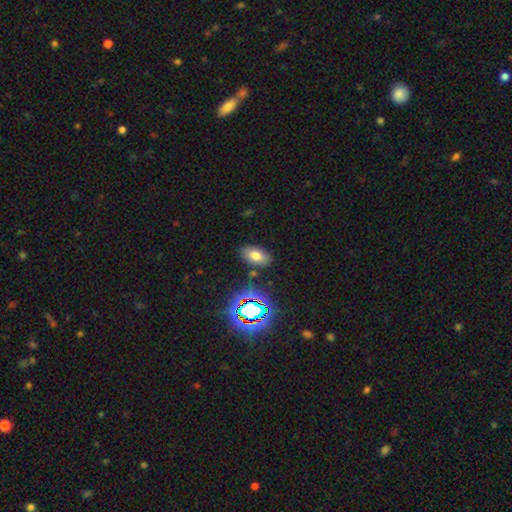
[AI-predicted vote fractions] Q: Smooth or featured?
A: smooth (70%); runner-up: star or artifact (19%)
Q: How rounded?
A: in between (92%); runner-up: round (6%)
Q: Merging?
A: none (85%); runner-up: minor disturbance (10%)